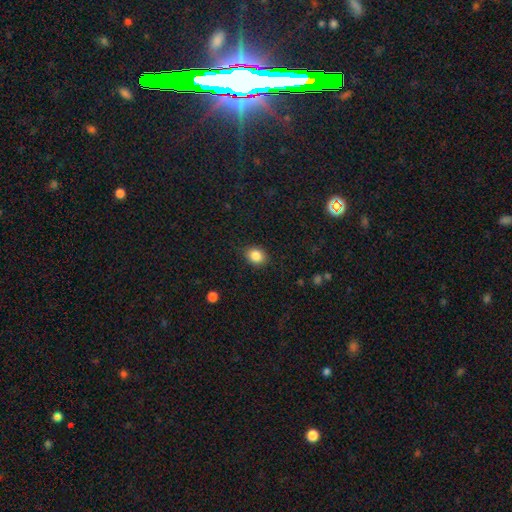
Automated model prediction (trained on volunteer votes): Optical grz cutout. It shows a smooth galaxy with no disk features (85%) that is round (54%). Merging: none (85%).